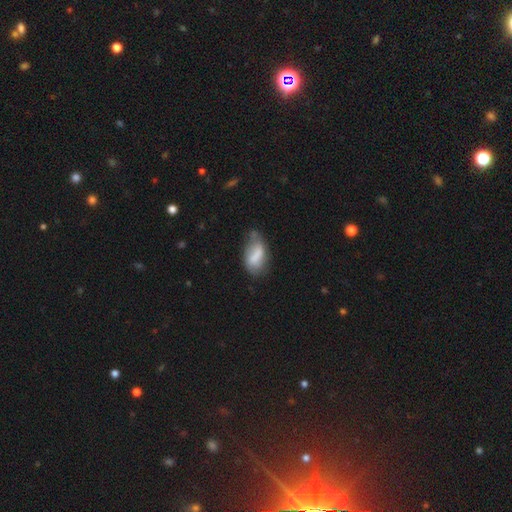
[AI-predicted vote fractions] This appears to be a smooth galaxy with no disk features (67%) that is in between round and cigar-shaped (91%). Merging: minor disturbance (41%).